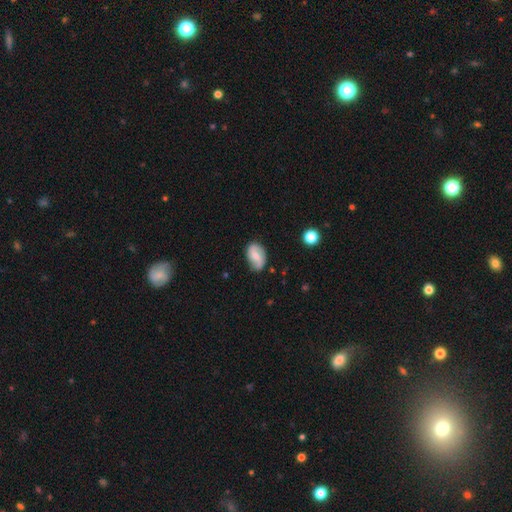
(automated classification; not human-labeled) featured or disk 52%, smooth 41%, star or artifact 7%. Down the decision tree: edge-on disk — no (96%); merging — none (74%).